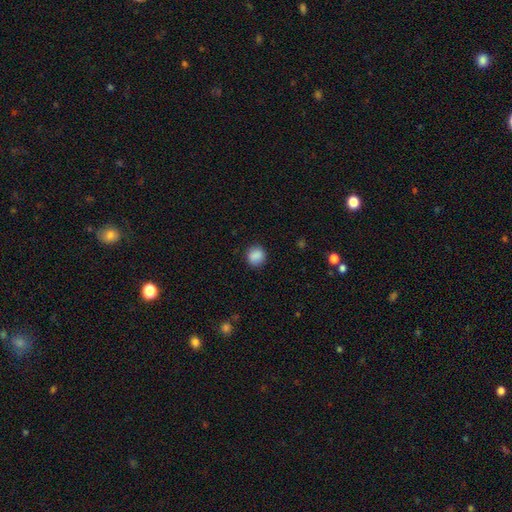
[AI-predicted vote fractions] Q: Smooth or featured?
A: smooth (88%); runner-up: star or artifact (8%)
Q: How rounded?
A: round (85%); runner-up: in between (14%)
Q: Merging?
A: none (88%); runner-up: minor disturbance (8%)